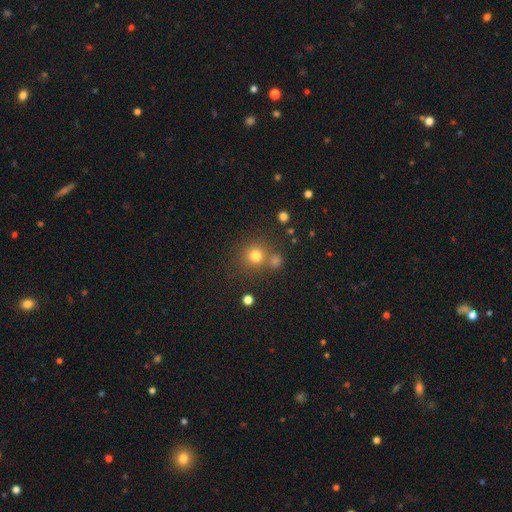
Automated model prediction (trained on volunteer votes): smooth-or-featured: smooth: 76% | star or artifact: 17% | featured or disk: 8%
  how-rounded: round: 91% | in between: 8% | cigar-shaped: 1%
  merging: none: 69% | merger: 19% | minor disturbance: 9% | major disturbance: 4%